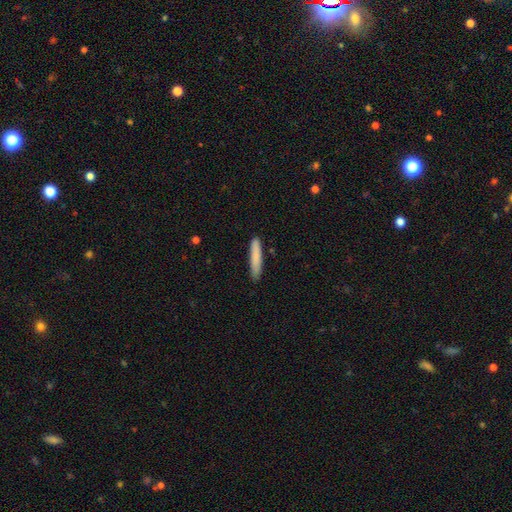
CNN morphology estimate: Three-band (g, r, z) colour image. It shows a smooth galaxy with no disk features (82%) that is cigar-shaped (92%). Merging: none (86%).